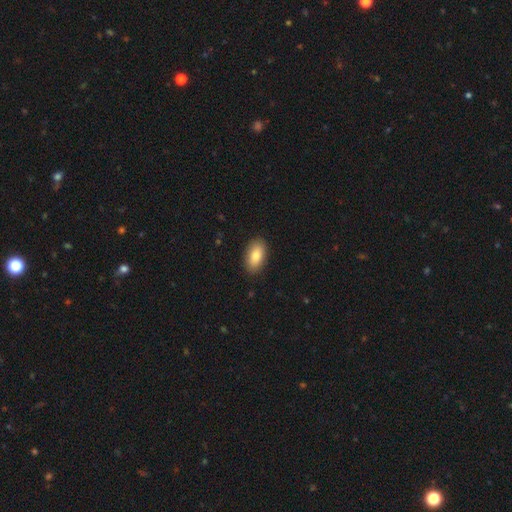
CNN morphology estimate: Smooth or featured?
  - smooth: 83% *
  - featured or disk: 11%
  - star or artifact: 6%
How rounded?
  - in between: 93% *
  - round: 4%
  - cigar-shaped: 3%
Merging?
  - none: 89% *
  - minor disturbance: 8%
  - major disturbance: 2%
  - merger: 1%